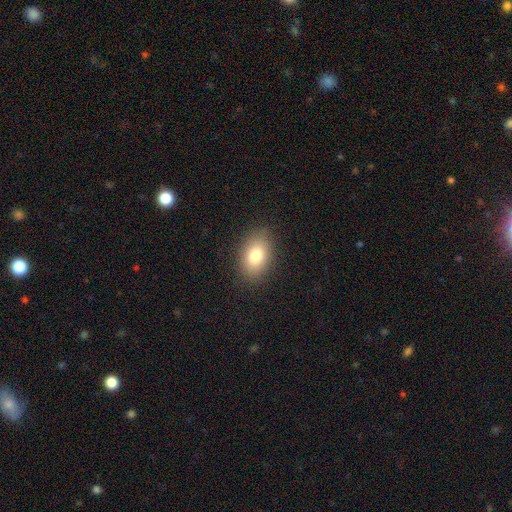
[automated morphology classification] Overall: smooth (80%). How rounded: in between (86%). Merging: none (86%).